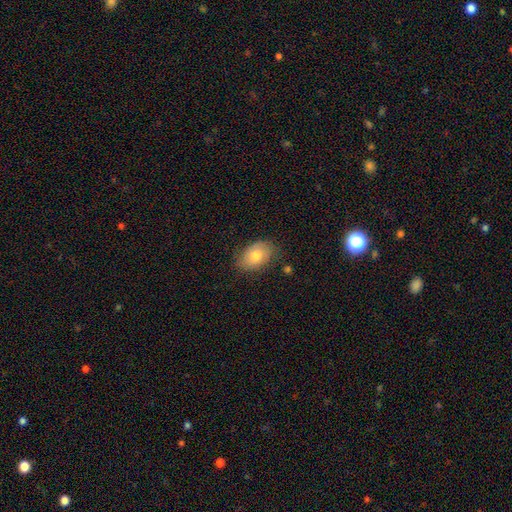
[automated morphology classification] Overall: smooth (74%). How rounded: in between (84%). Merging: none (76%).